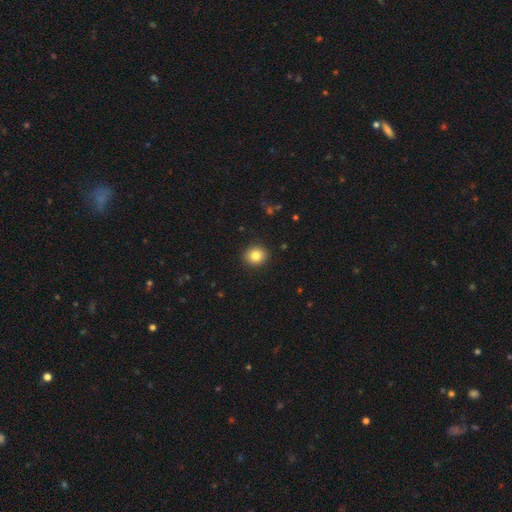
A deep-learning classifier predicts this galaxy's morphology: Smooth or featured: smooth — 83% (star or artifact — 10%)
How rounded: round — 82% (in between — 17%)
Merging: none — 92% (minor disturbance — 6%)